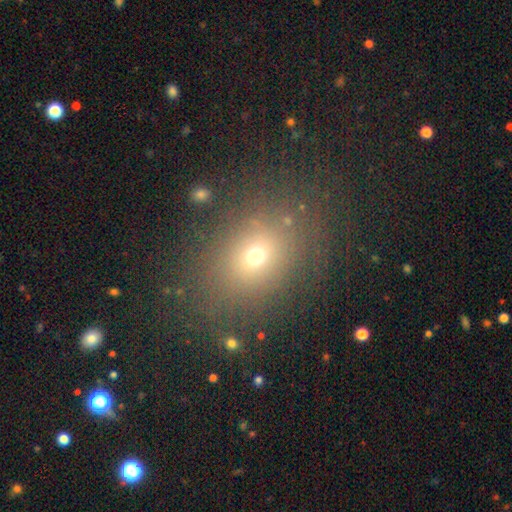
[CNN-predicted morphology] Smooth or featured? smooth (65%)
How rounded? in between (53%)
Merging? none (82%)